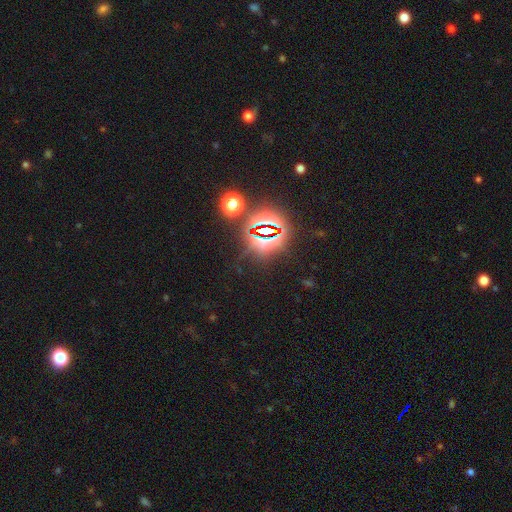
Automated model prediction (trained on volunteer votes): Smooth or featured? star or artifact (80%)